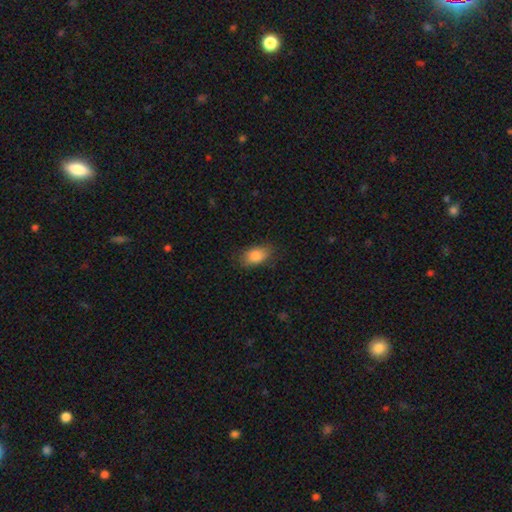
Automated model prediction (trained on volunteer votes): smooth-or-featured: smooth: 85% | featured or disk: 8% | star or artifact: 7%
  how-rounded: in between: 89% | round: 8% | cigar-shaped: 3%
  merging: none: 78% | minor disturbance: 17% | major disturbance: 4% | merger: 1%